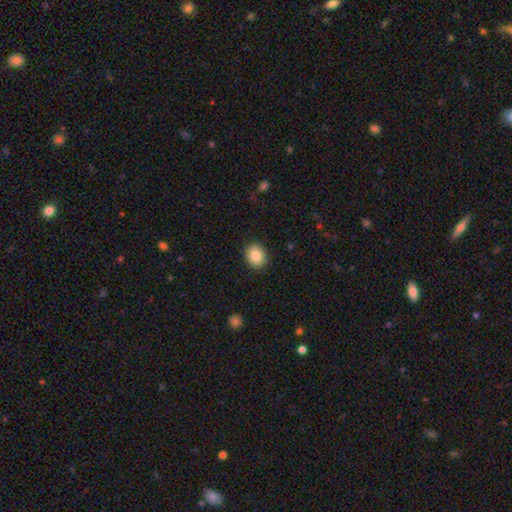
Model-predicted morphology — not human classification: This is clearly a smooth galaxy (87%). How rounded: possibly round (55%). Merging: clearly none (90%).